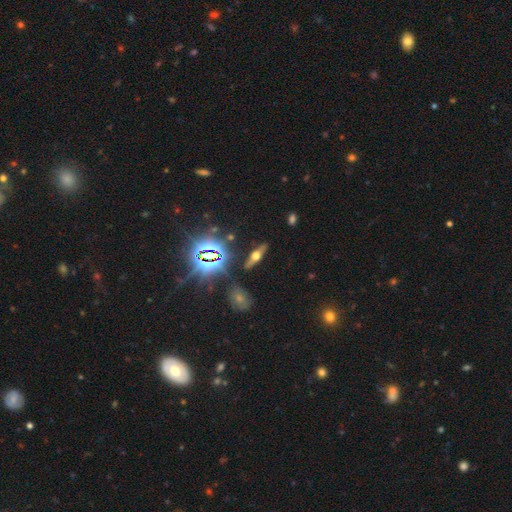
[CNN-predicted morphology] Overall: featured or disk (50%; smooth 25%). Edge-on disk: yes (88%). Merging: none (86%).